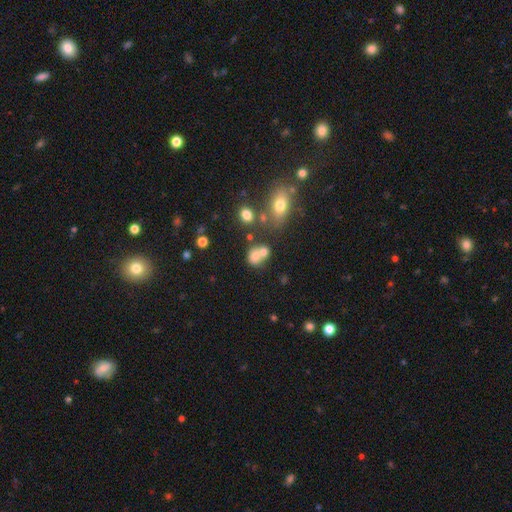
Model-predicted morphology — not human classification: Smooth or featured: smooth — 71% (featured or disk — 16%)
How rounded: round — 52% (in between — 46%)
Merging: merger — 52% (none — 31%)